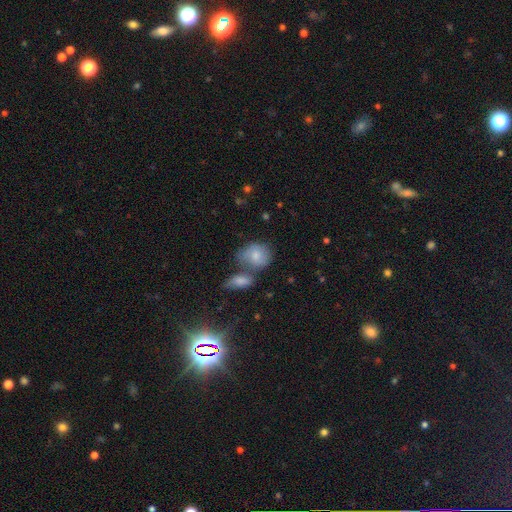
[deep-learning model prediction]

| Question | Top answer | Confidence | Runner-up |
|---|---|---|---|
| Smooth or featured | smooth | 74% | featured or disk (18%) |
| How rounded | round | 54% | in between (45%) |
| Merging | merger | 41% | none (36%) |